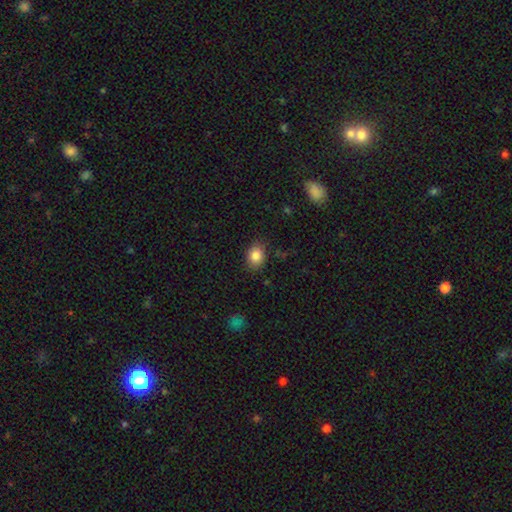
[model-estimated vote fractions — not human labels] A smooth galaxy with no disk features (85%) that is in between round and cigar-shaped (62%). Merging: none (82%).